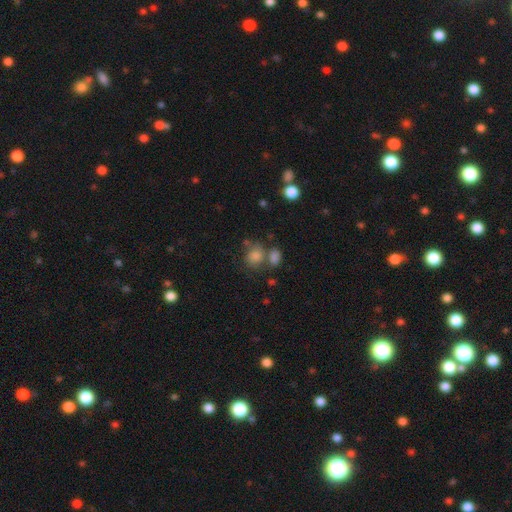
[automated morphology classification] Overall: smooth (72%). How rounded: round (65%; in between 34%). Merging: none (52%; merger 25%).